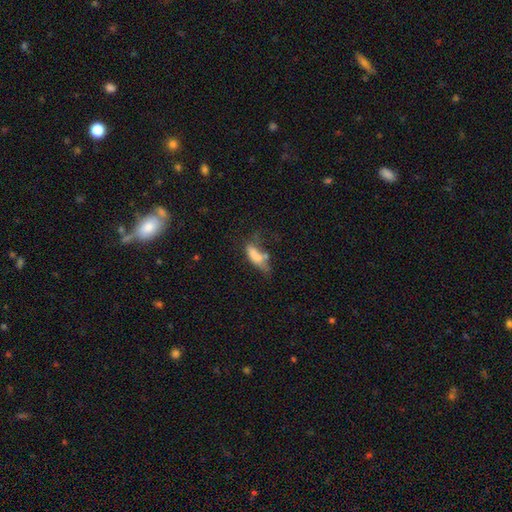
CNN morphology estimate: smooth 69%, featured or disk 21%, star or artifact 11%. Down the decision tree: how rounded — in between (68%); merging — major disturbance (32%).